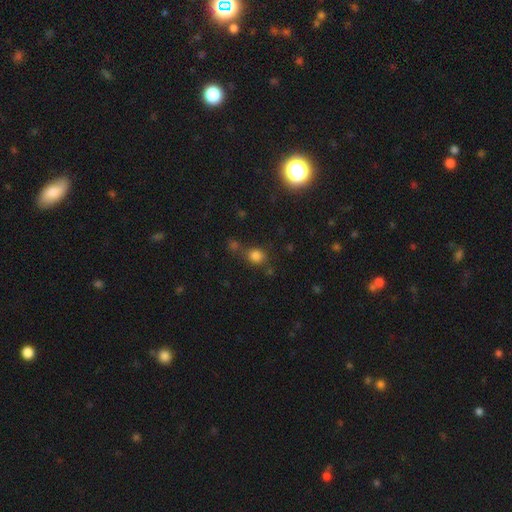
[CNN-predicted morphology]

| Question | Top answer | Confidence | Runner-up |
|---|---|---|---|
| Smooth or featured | smooth | 78% | star or artifact (16%) |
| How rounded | round | 69% | in between (30%) |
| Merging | none | 64% | merger (17%) |